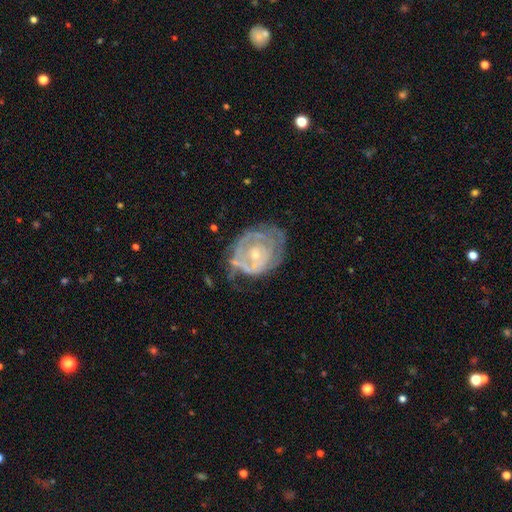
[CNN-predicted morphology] Smooth or featured?
  - featured or disk: 77% *
  - smooth: 17%
  - star or artifact: 6%
Edge-on disk?
  - no: 97% *
  - yes: 3%
Bar?
  - no: 82% *
  - weak: 15%
  - strong: 3%
Spiral arms?
  - yes: 65% *
  - no: 35%
Bulge size?
  - small: 66% *
  - moderate: 29%
  - none: 2%
  - large: 2%
  - dominant: 1%
Merging?
  - none: 39% *
  - minor disturbance: 29%
  - major disturbance: 28%
  - merger: 4%